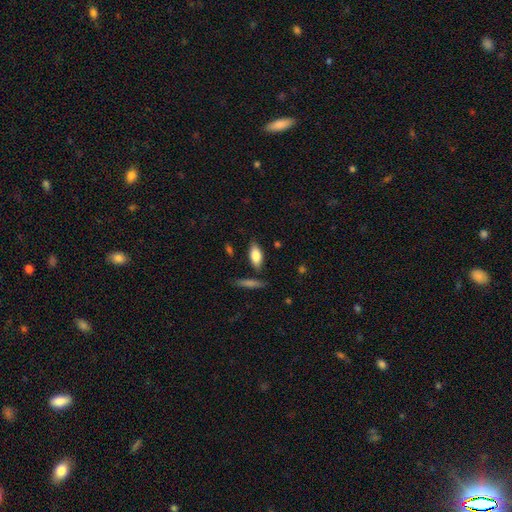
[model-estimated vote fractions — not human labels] Overall: smooth (81%). How rounded: in between (84%). Merging: none (79%).